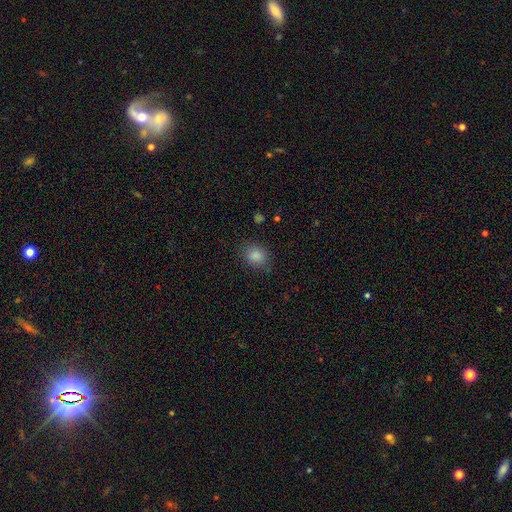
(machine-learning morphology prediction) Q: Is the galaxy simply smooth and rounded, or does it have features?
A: smooth — 86%.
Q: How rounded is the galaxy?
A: round — 57%.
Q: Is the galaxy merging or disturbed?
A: none — 82%.